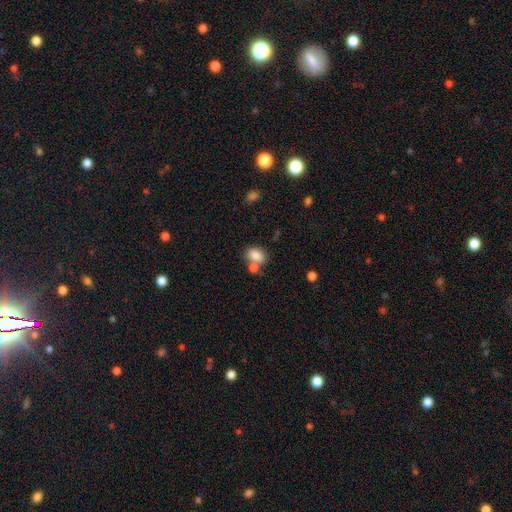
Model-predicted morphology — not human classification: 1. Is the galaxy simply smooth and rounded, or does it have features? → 83% smooth, 9% star or artifact, 8% featured or disk.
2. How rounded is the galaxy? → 72% in between, 27% round, 1% cigar-shaped.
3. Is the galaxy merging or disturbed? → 55% none, 27% merger, 13% minor disturbance, 5% major disturbance.